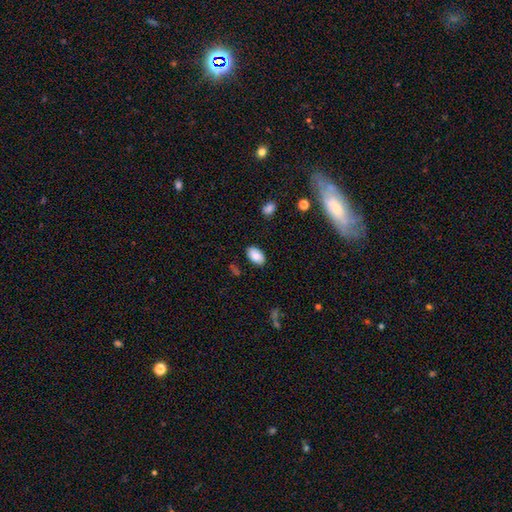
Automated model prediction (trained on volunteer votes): Smooth or featured? Predicted: smooth (p=0.87). How rounded? Predicted: in between (p=0.93). Merging? Predicted: none (p=0.86).